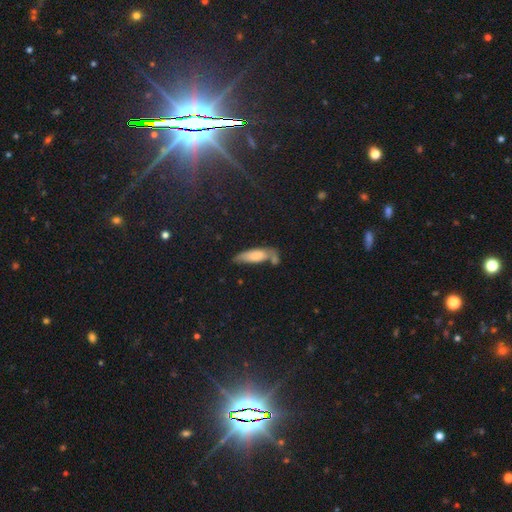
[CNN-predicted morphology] smooth 74%, featured or disk 17%, star or artifact 9%. Down the decision tree: how rounded — in between (53%); merging — none (39%).